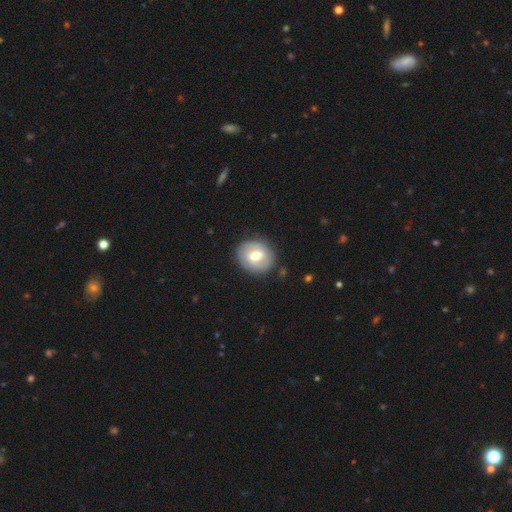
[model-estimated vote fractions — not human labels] A smooth galaxy with no disk features (50%).

Vote fractions:
- Smooth or featured? smooth: 50% / featured or disk: 44% / star or artifact: 6%
- Merging? none: 82% / minor disturbance: 12% / major disturbance: 4% / merger: 2%